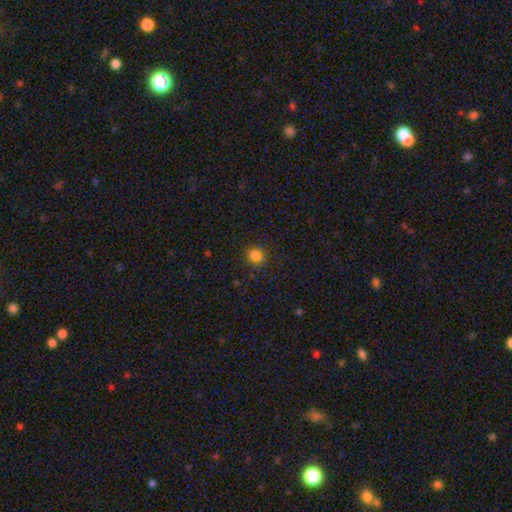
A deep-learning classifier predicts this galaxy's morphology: Smooth or featured: smooth — 81% (star or artifact — 15%)
How rounded: round — 81% (in between — 18%)
Merging: none — 83% (minor disturbance — 12%)